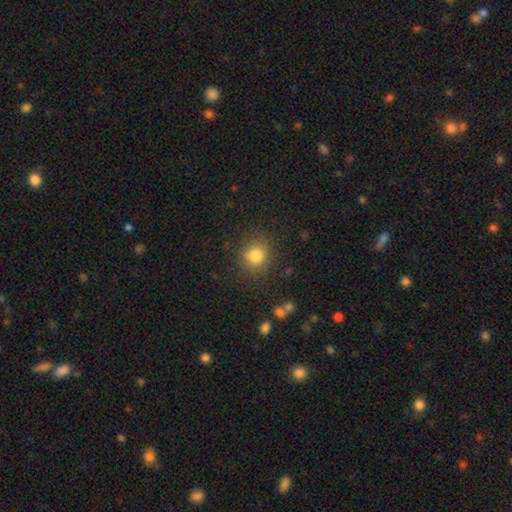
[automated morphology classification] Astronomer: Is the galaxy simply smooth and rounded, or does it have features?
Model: smooth — 81%.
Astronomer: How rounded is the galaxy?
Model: round — 82%.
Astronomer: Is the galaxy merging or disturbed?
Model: none — 83%.